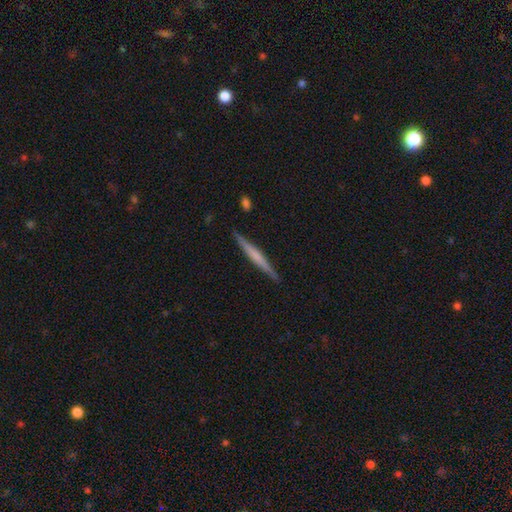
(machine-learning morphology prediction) A featured or disk galaxy (60%) viewed edge-on (98%) with no central bulge (49%). Merging: none (90%).